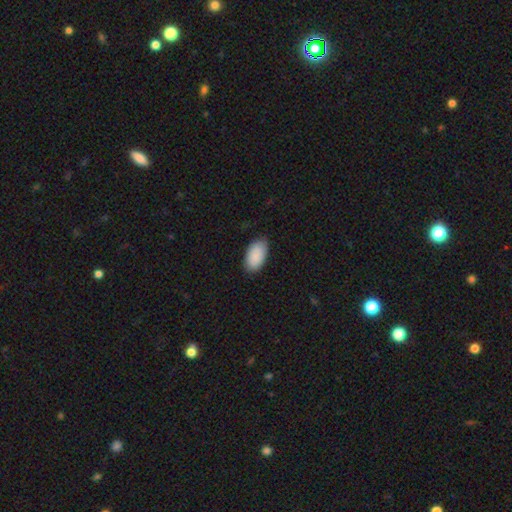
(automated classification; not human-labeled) Smooth or featured: smooth — 90% (star or artifact — 6%)
How rounded: in between — 96% (round — 3%)
Merging: none — 81% (minor disturbance — 15%)